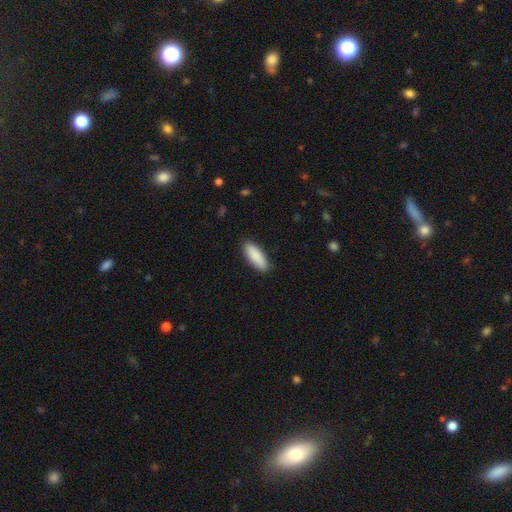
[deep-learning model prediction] Overall: smooth (90%). How rounded: in between (66%; cigar-shaped 32%). Merging: none (89%).